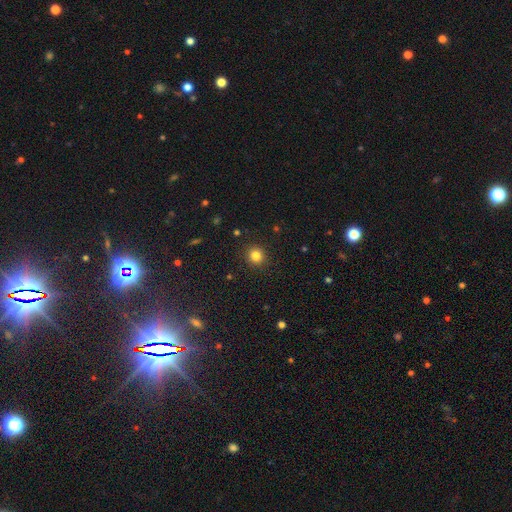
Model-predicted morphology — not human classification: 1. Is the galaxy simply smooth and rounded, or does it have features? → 83% smooth, 12% star or artifact, 5% featured or disk.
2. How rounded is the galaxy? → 91% round, 8% in between, 1% cigar-shaped.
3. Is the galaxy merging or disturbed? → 91% none, 5% minor disturbance, 2% major disturbance, 1% merger.